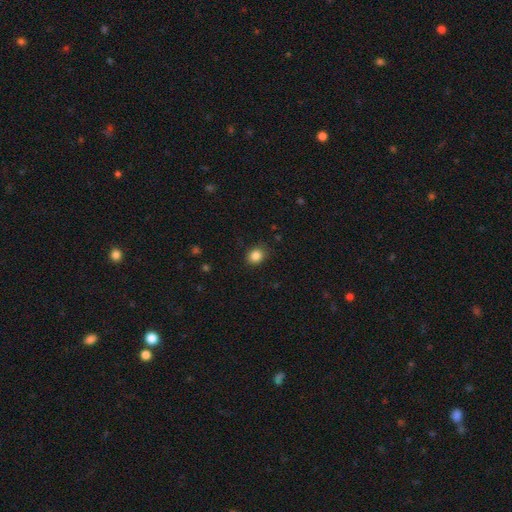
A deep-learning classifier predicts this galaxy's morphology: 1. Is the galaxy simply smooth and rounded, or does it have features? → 85% smooth, 10% star or artifact, 4% featured or disk.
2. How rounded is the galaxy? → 62% round, 37% in between, 1% cigar-shaped.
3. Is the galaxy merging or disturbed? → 86% none, 10% minor disturbance, 3% major disturbance, 1% merger.